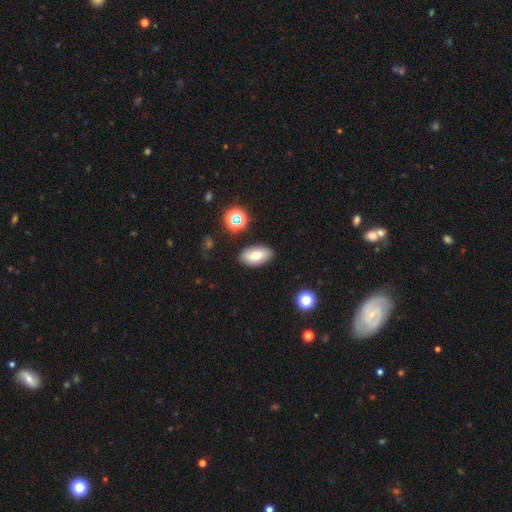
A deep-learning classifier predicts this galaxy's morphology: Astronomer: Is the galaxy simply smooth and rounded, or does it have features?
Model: smooth — 73%.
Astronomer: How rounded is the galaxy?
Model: in between — 92%.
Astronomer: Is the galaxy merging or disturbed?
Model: none — 86%.